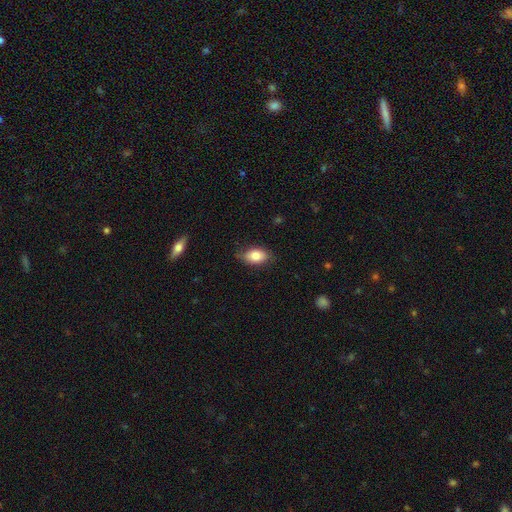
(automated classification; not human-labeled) The model was most divided on "merging": none: 75%, minor disturbance: 20%, major disturbance: 4%, merger: 1%. More confident: how rounded — in between (88%); smooth or featured — smooth (81%).